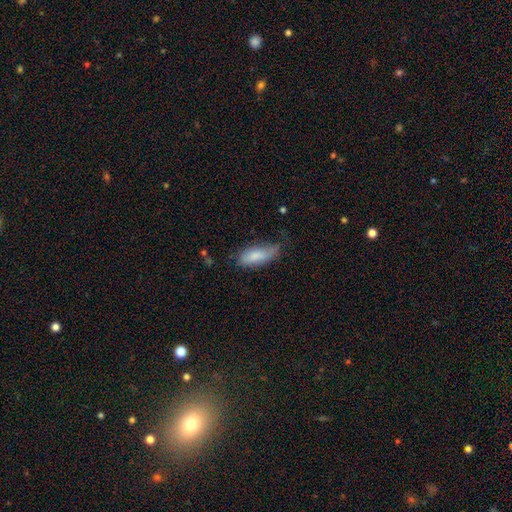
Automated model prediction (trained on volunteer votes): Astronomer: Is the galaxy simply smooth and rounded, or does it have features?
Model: smooth — 80%.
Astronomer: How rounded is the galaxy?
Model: in between — 77%.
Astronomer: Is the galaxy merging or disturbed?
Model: none — 49% (runner-up: minor disturbance, 38%).